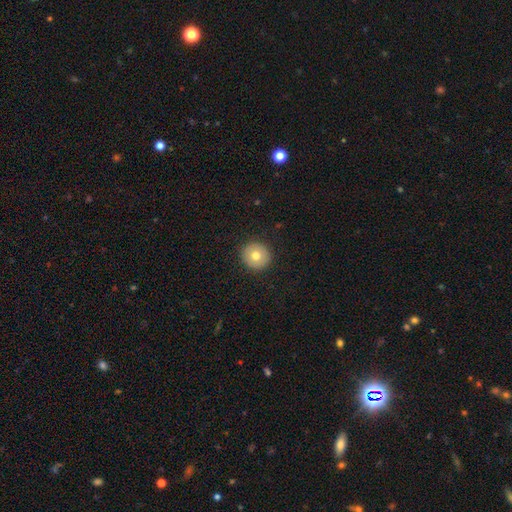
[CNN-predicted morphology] Smooth or featured? smooth (72%)
How rounded? round (95%)
Merging? none (92%)